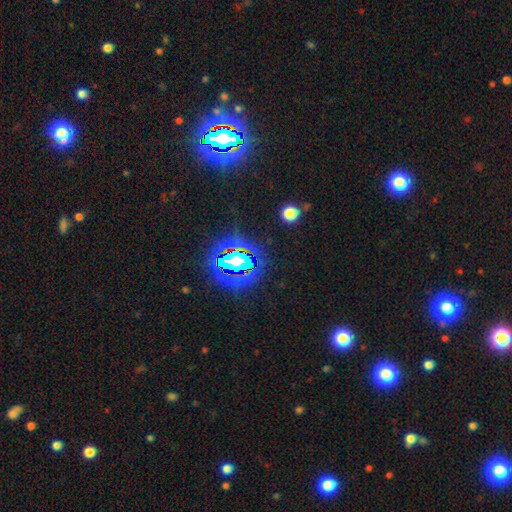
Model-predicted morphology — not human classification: A star or artifact, not a galaxy (83%).